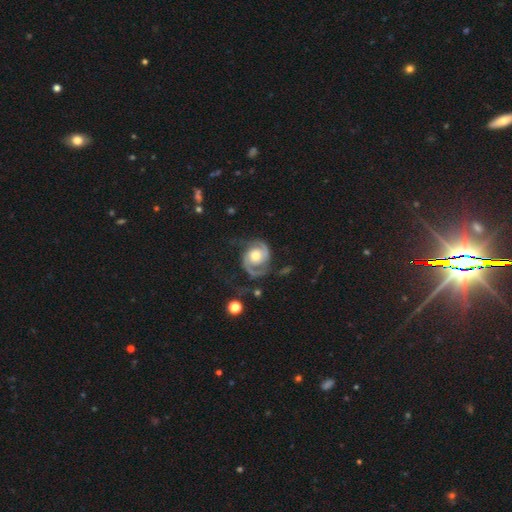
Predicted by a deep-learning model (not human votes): Overall: featured or disk (89%). Edge-on disk: no (98%). Bar: no (70%). Spiral arms: yes (97%). Spiral arm count: 2 (90%). Spiral winding: medium (46%; tight 39%). Bulge size: moderate (64%). Merging: none (61%).